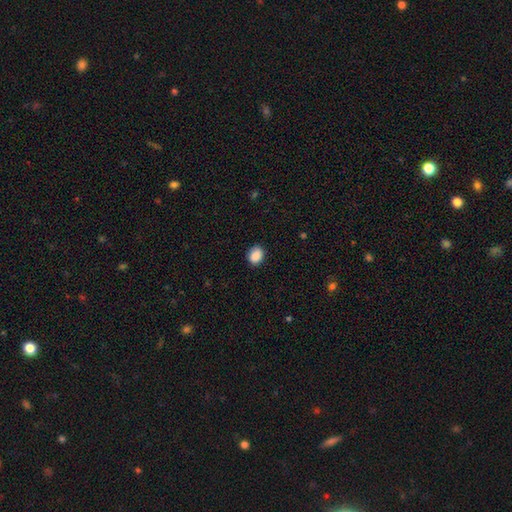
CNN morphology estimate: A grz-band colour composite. It shows a smooth galaxy with no disk features (89%) that is round (50%). Merging: none (85%).